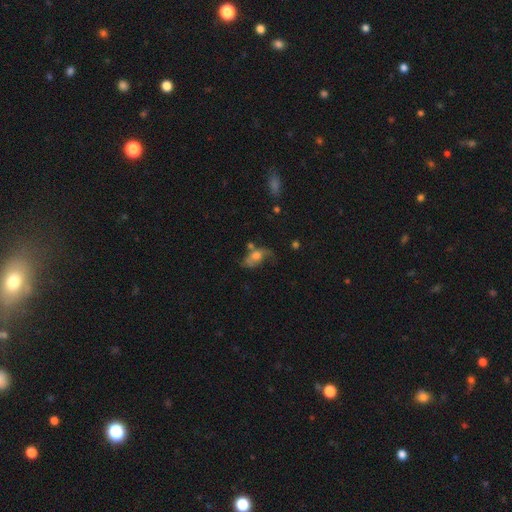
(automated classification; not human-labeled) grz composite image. It shows a featured or disk galaxy (45%). Merging: major disturbance (34%).